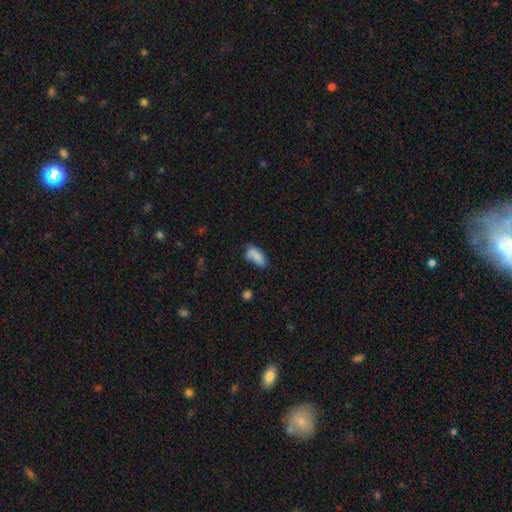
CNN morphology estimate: Smooth or featured: smooth — 84% (star or artifact — 9%)
How rounded: in between — 85% (cigar-shaped — 12%)
Merging: none — 50% (minor disturbance — 35%)